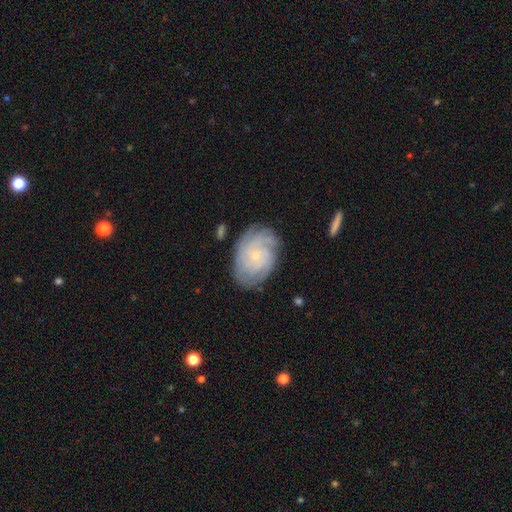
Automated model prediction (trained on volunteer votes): This is likely a featured or disk galaxy (78%). It is clearly not viewed edge-on (97%). Bar: clearly no (81%). Spiral arm pattern: clearly yes (95%). Spiral arm count: marginally can't tell (32%). Spiral winding: likely tight (74%). Central bulge: clearly small (83%). Merging: likely none (77%).